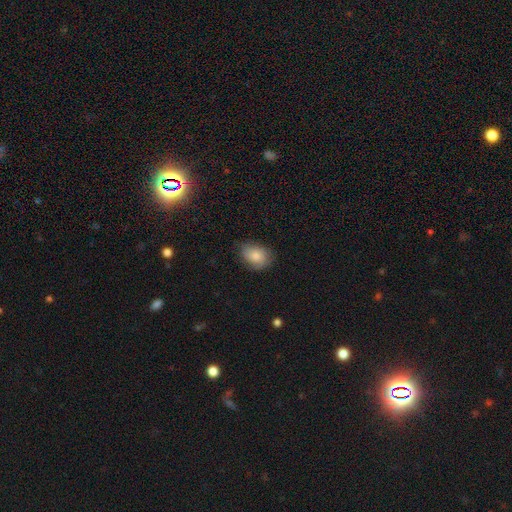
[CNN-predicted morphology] smooth 81%, featured or disk 12%, star or artifact 7%. Down the decision tree: how rounded — in between (73%); merging — none (70%).